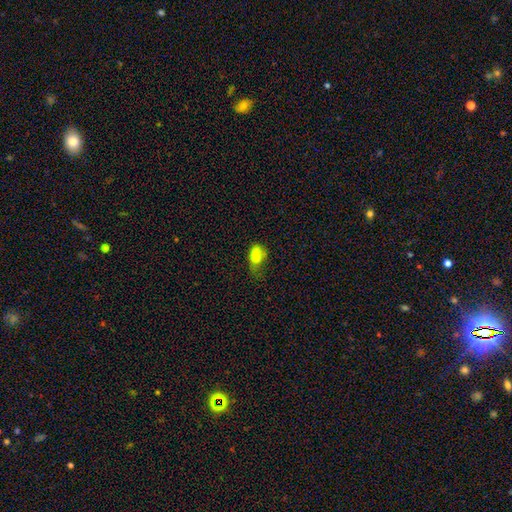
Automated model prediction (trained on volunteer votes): The model was most divided on "merging": minor disturbance: 37%, none: 32%, major disturbance: 28%, merger: 3%. More confident: how rounded — in between (86%); smooth or featured — smooth (81%).